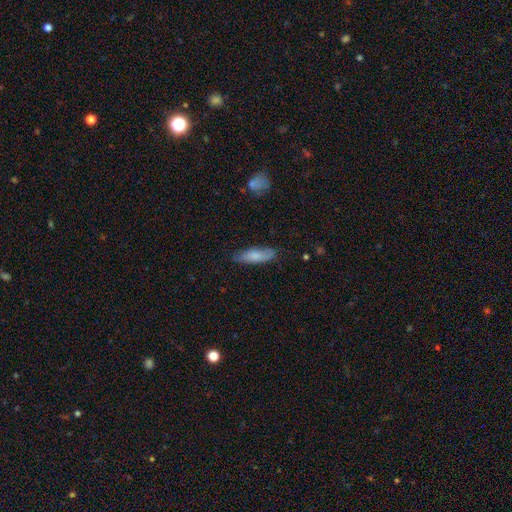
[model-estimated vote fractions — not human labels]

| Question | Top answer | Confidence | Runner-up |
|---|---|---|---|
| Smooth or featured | smooth | 72% | featured or disk (22%) |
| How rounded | cigar-shaped | 52% | in between (46%) |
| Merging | none | 76% | minor disturbance (19%) |